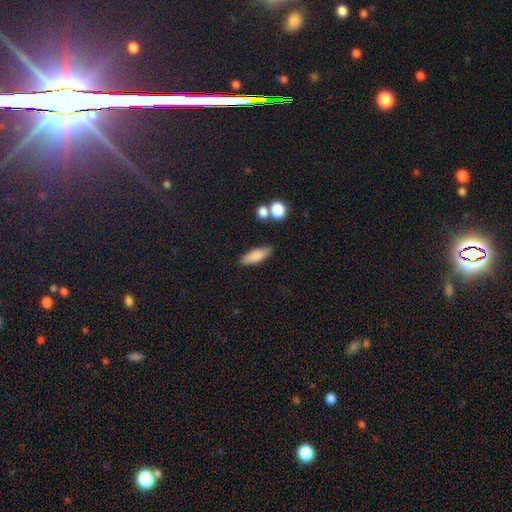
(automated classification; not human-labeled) A smooth galaxy with no disk features (79%) that is in between round and cigar-shaped (52%).

Vote fractions:
- Smooth or featured? smooth: 79% / featured or disk: 14% / star or artifact: 7%
- How rounded? in between: 52% / cigar-shaped: 45% / round: 3%
- Merging? none: 78% / minor disturbance: 13% / merger: 5% / major disturbance: 3%